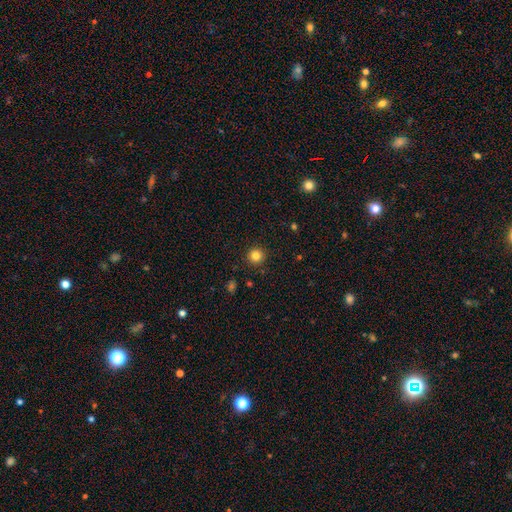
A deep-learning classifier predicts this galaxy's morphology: smooth 83%, star or artifact 12%, featured or disk 5%. Down the decision tree: how rounded — round (95%); merging — none (92%).